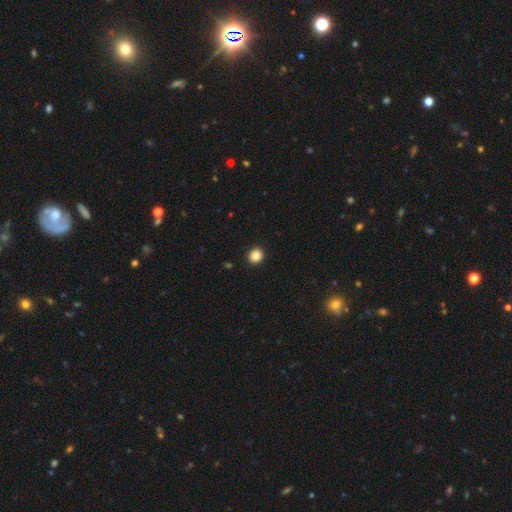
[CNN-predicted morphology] smooth-or-featured: smooth: 86% | star or artifact: 10% | featured or disk: 4%
  how-rounded: round: 84% | in between: 15% | cigar-shaped: 1%
  merging: none: 93% | minor disturbance: 4% | major disturbance: 1% | merger: 1%